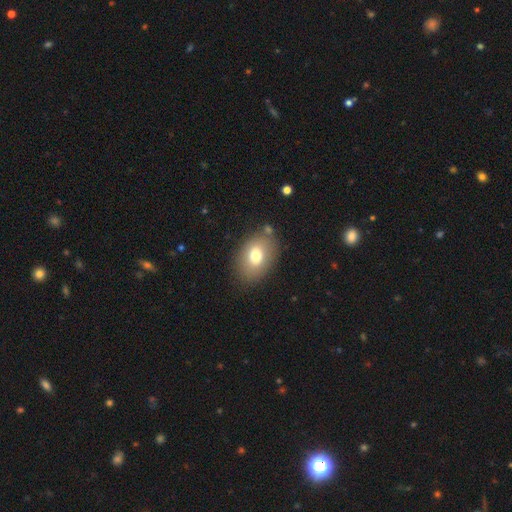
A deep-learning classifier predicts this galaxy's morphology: type=smooth (73%); roundness=in between (81%); merging=none (79%).